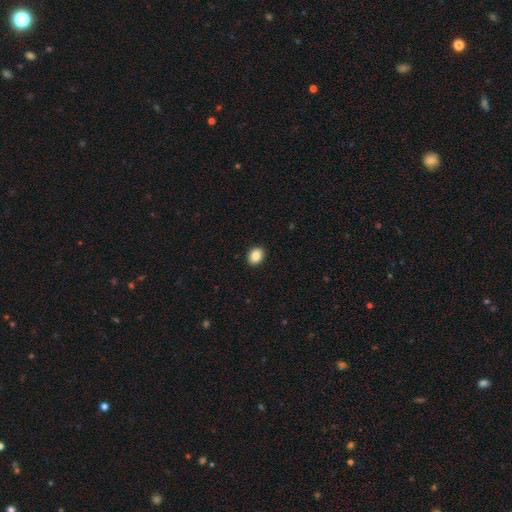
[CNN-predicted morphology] Smooth or featured? smooth (87%)
How rounded? in between (61%)
Merging? none (91%)